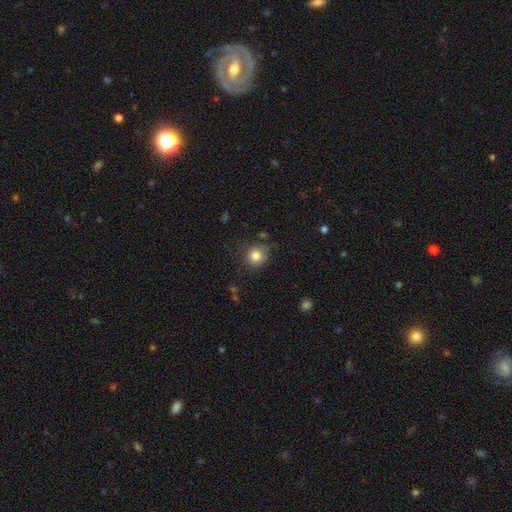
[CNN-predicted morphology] This appears to be a smooth galaxy with no disk features (82%) that is round (80%). Merging: none (73%).